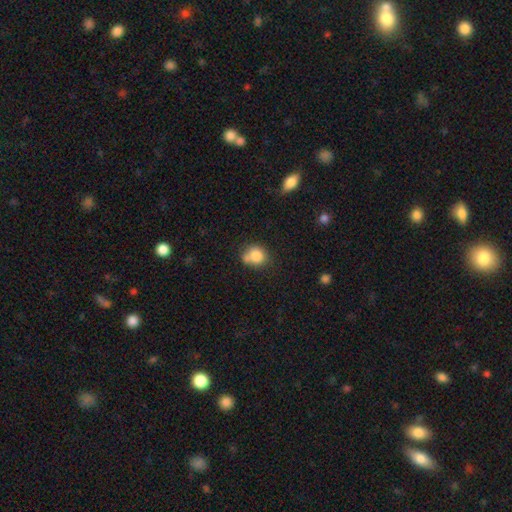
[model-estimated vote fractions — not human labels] Q: Smooth or featured?
A: smooth (81%); runner-up: star or artifact (10%)
Q: How rounded?
A: round (76%); runner-up: in between (23%)
Q: Merging?
A: none (54%); runner-up: merger (25%)